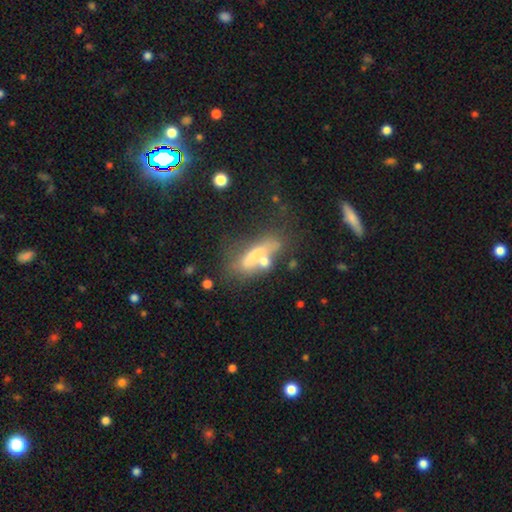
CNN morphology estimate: Smooth or featured? Predicted: smooth (p=0.52). How rounded? Predicted: cigar-shaped (p=0.49). Merging? Predicted: none (p=0.38).